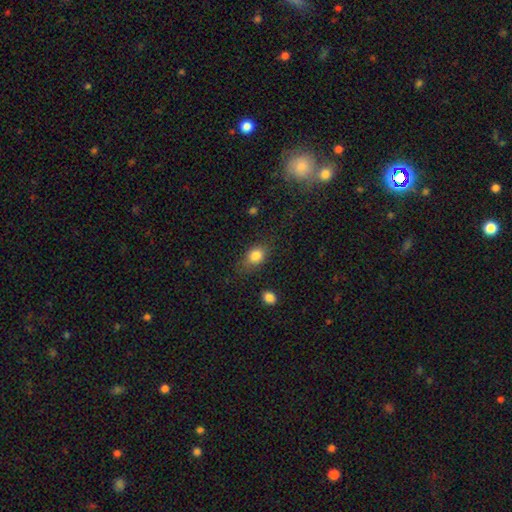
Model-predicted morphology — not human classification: Smooth or featured? Predicted: smooth (p=0.83). How rounded? Predicted: in between (p=0.69). Merging? Predicted: none (p=0.72).